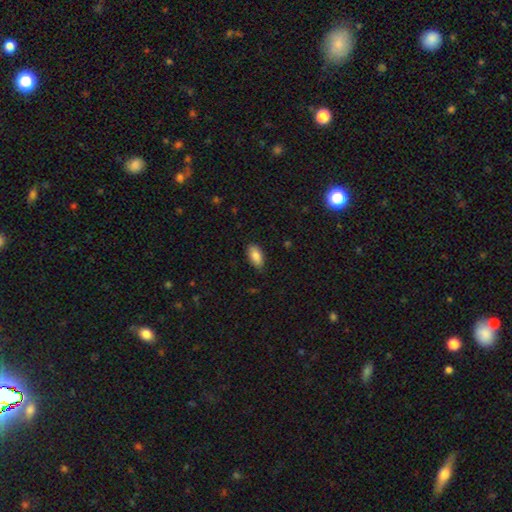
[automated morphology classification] smooth_or_featured: smooth (p=0.85) [alt: featured or disk p=0.08]
how_rounded: in between (p=0.91) [alt: cigar-shaped p=0.06]
merging: none (p=0.84) [alt: minor disturbance p=0.13]